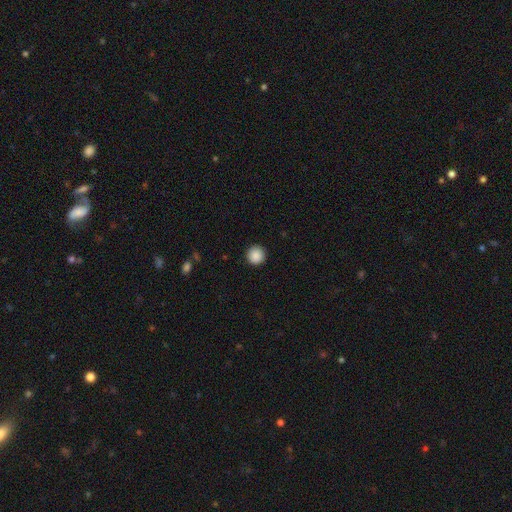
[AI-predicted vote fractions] smooth_or_featured: smooth (p=0.89) [alt: star or artifact p=0.08]
how_rounded: round (p=0.96) [alt: in between p=0.03]
merging: none (p=0.93) [alt: minor disturbance p=0.05]